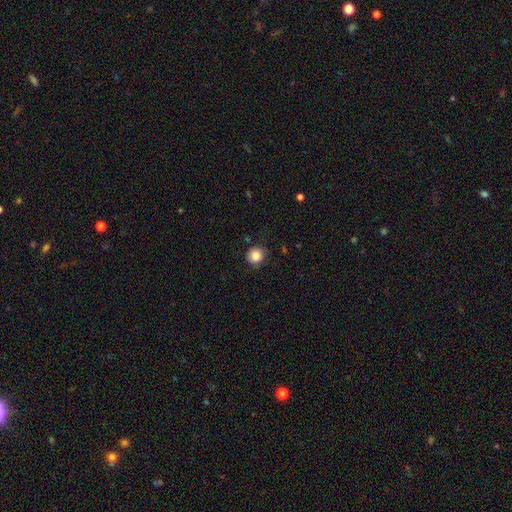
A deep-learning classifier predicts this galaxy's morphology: smooth-or-featured: smooth: 85% | star or artifact: 10% | featured or disk: 5%
  how-rounded: round: 90% | in between: 10% | cigar-shaped: 1%
  merging: none: 84% | minor disturbance: 12% | major disturbance: 3% | merger: 1%